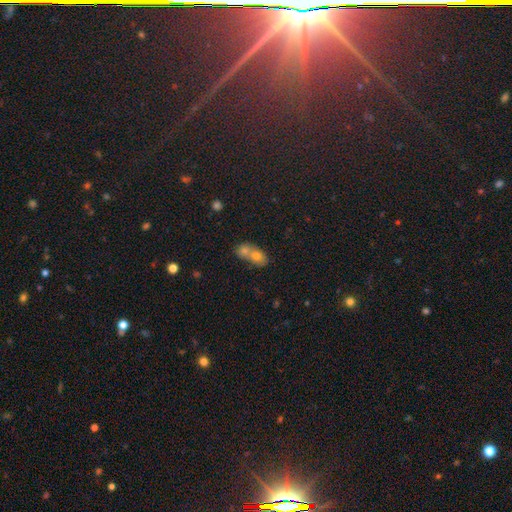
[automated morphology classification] Q: Smooth or featured?
A: smooth (69%); runner-up: featured or disk (19%)
Q: How rounded?
A: in between (61%); runner-up: round (36%)
Q: Merging?
A: merger (72%); runner-up: none (19%)